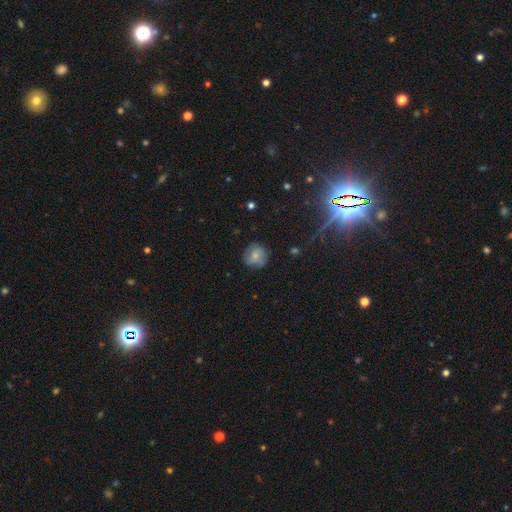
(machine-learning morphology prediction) Smooth or featured? Predicted: smooth (p=0.71). How rounded? Predicted: round (p=0.86). Merging? Predicted: none (p=0.78).